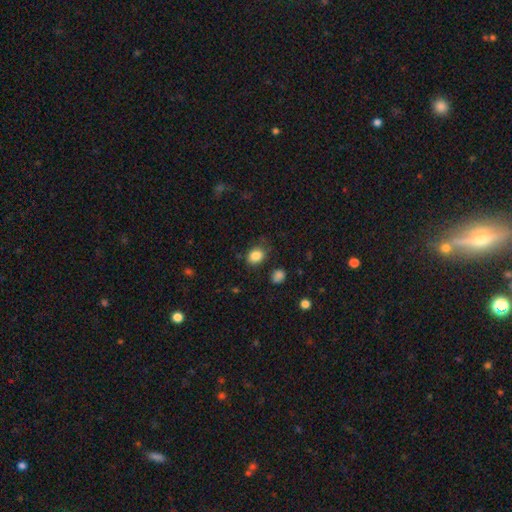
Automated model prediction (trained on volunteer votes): Smooth or featured: smooth — 85% (star or artifact — 10%)
How rounded: in between — 51% (round — 48%)
Merging: none — 73% (minor disturbance — 19%)